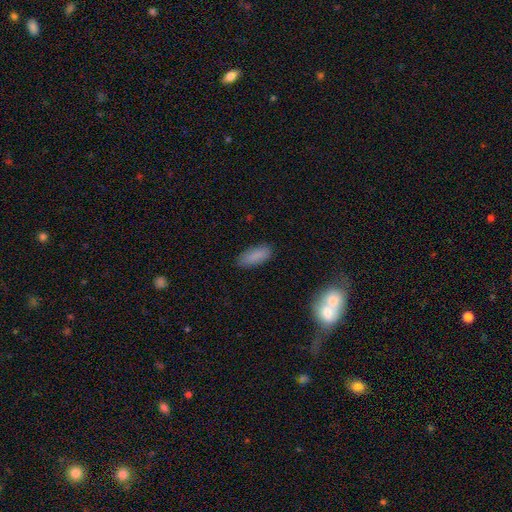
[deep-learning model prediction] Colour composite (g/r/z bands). It shows a smooth galaxy with no disk features (86%) that is in between round and cigar-shaped (75%). Merging: none (85%).